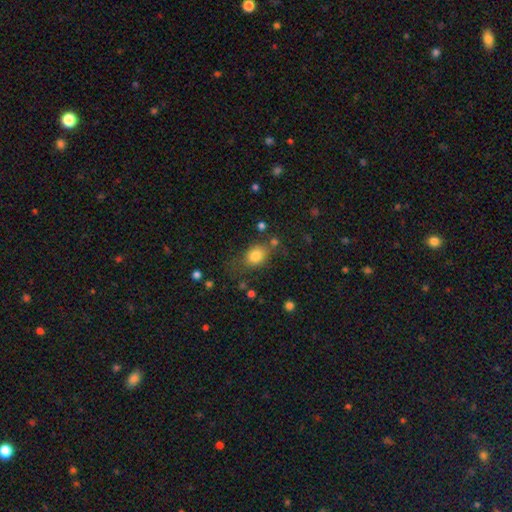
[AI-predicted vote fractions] Smooth or featured? Predicted: smooth (p=0.81). How rounded? Predicted: in between (p=0.54). Merging? Predicted: none (p=0.66).